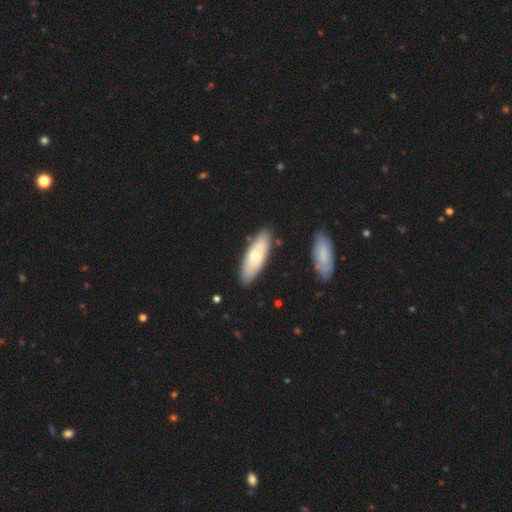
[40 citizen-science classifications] smooth 62%, featured or disk 32%, star or artifact 5%. Down the decision tree: how rounded — in between (60%); merging — none (76%).